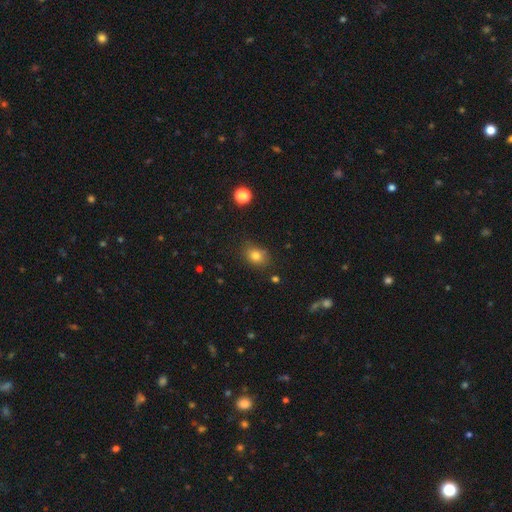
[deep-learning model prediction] Smooth or featured? Predicted: smooth (p=0.81). How rounded? Predicted: in between (p=0.53). Merging? Predicted: none (p=0.81).